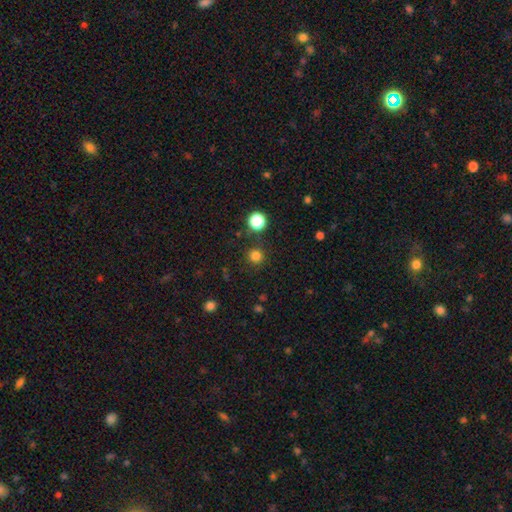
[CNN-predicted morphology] type=smooth (81%); roundness=round (95%); merging=none (88%).